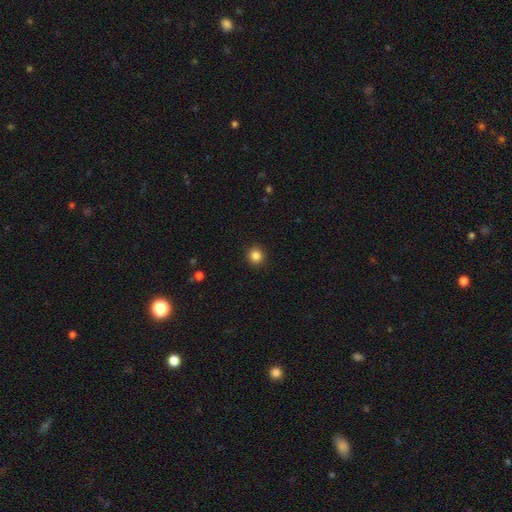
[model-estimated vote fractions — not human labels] smooth-or-featured: smooth: 85% | star or artifact: 11% | featured or disk: 4%
  how-rounded: round: 91% | in between: 8% | cigar-shaped: 1%
  merging: none: 92% | minor disturbance: 5% | major disturbance: 2% | merger: 1%